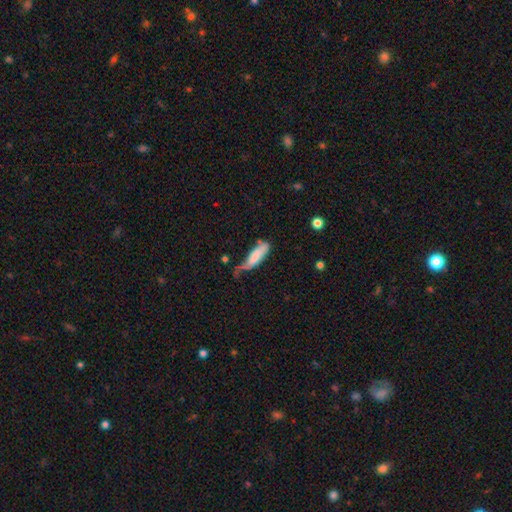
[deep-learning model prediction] Smooth or featured? Predicted: smooth (p=0.73). How rounded? Predicted: in between (p=0.51). Merging? Predicted: minor disturbance (p=0.37).